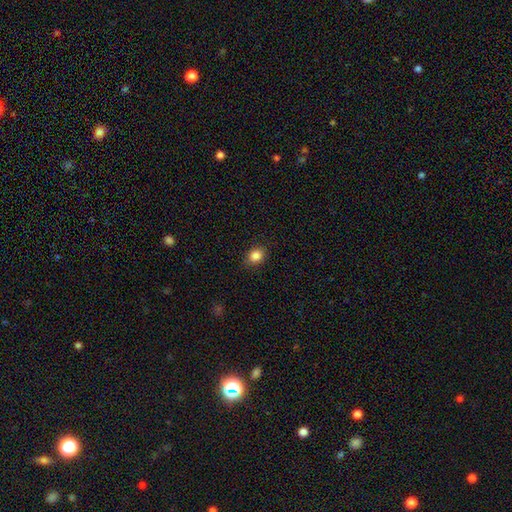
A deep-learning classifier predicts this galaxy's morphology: Smooth or featured? smooth (85%)
How rounded? round (50%)
Merging? none (87%)